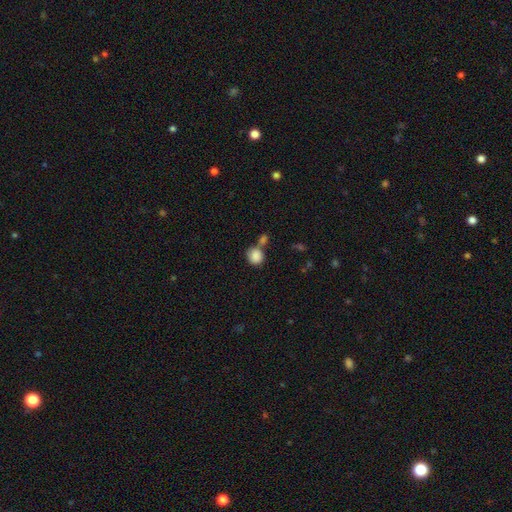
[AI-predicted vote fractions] A smooth galaxy with no disk features (87%) that is round (79%).

Vote fractions:
- Smooth or featured? smooth: 87% / star or artifact: 8% / featured or disk: 5%
- How rounded? round: 79% / in between: 20% / cigar-shaped: 1%
- Merging? none: 48% / merger: 36% / minor disturbance: 12% / major disturbance: 5%